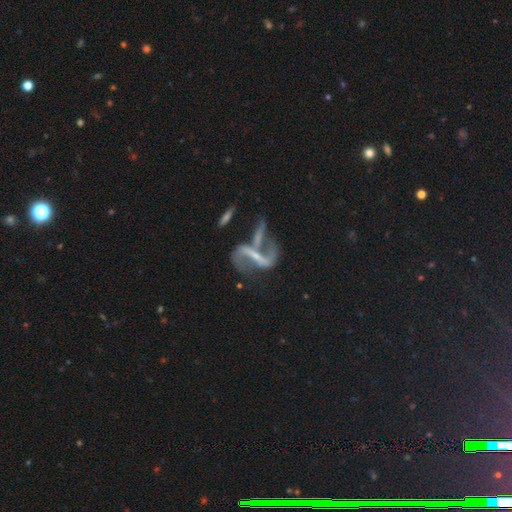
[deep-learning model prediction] The model was most divided on "merging": none: 35%, merger: 27%, major disturbance: 23%, minor disturbance: 15%. More confident: edge-on disk — no (89%); spiral arm count — 2 (85%); smooth or featured — featured or disk (83%); spiral arms — yes (82%); spiral winding — loose (76%); bar — strong (62%); bulge size — small (59%).